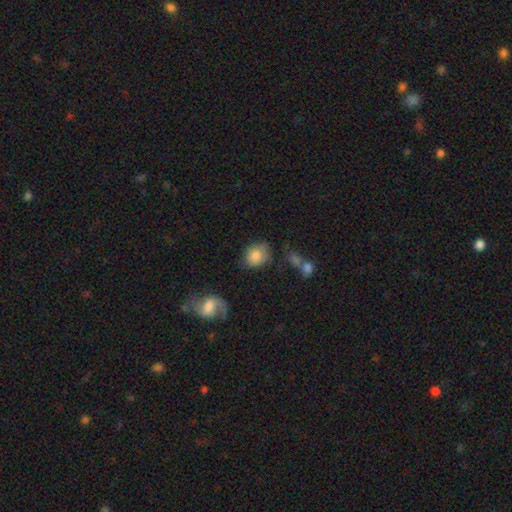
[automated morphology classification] Smooth or featured: smooth — 79% (featured or disk — 13%)
How rounded: round — 59% (in between — 40%)
Merging: none — 66% (minor disturbance — 22%)